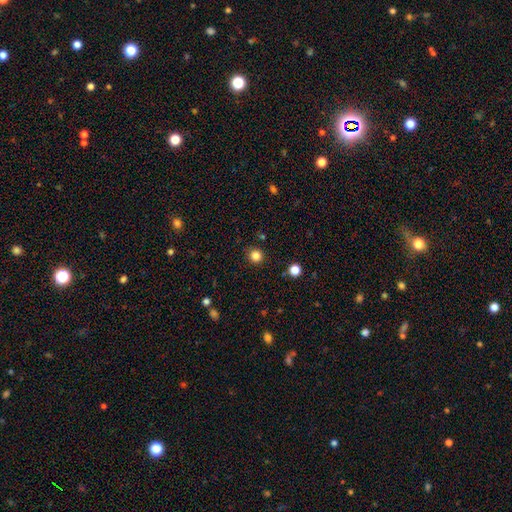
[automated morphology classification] Smooth or featured? Predicted: smooth (p=0.84). How rounded? Predicted: round (p=0.94). Merging? Predicted: none (p=0.91).